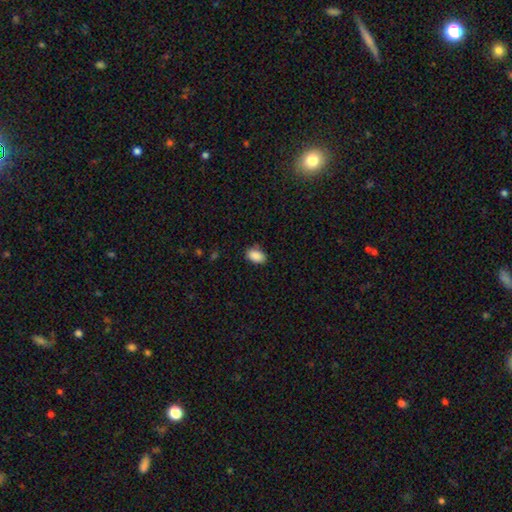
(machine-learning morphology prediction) type=smooth (89%); roundness=in between (89%); merging=none (82%).